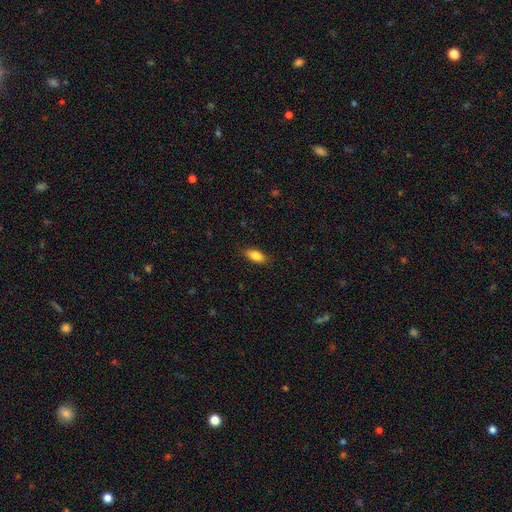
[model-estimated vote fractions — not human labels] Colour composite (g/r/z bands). It shows a smooth galaxy with no disk features (86%) that is in between round and cigar-shaped (85%). Merging: none (87%).